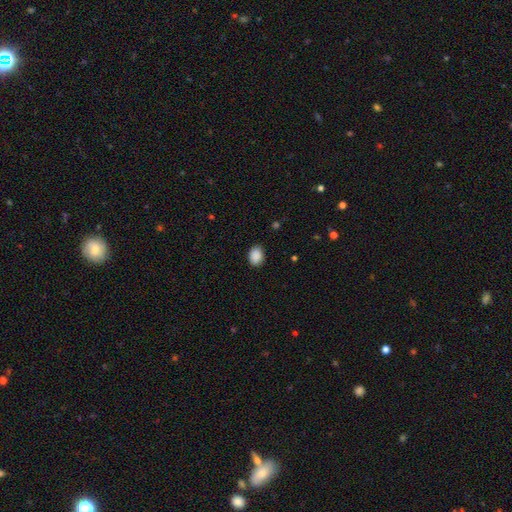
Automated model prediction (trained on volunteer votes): This is clearly a smooth galaxy (89%). How rounded: likely in between (65%). Merging: clearly none (88%).